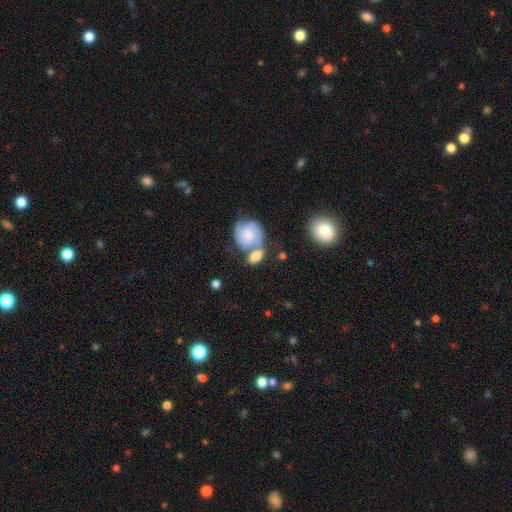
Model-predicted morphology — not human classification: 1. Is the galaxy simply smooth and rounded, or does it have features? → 55% smooth, 37% featured or disk, 8% star or artifact.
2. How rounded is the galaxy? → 63% in between, 33% round, 4% cigar-shaped.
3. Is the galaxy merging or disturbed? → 47% merger, 34% none, 13% minor disturbance, 7% major disturbance.